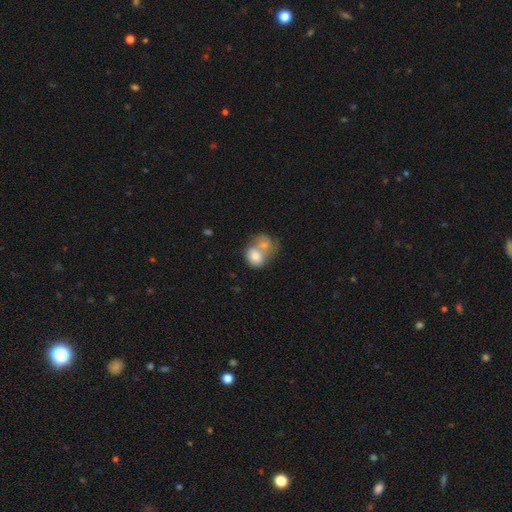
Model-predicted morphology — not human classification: Smooth or featured?
  - smooth: 75% *
  - featured or disk: 18%
  - star or artifact: 7%
How rounded?
  - round: 52% *
  - in between: 47%
  - cigar-shaped: 1%
Merging?
  - merger: 72% *
  - none: 15%
  - minor disturbance: 8%
  - major disturbance: 6%